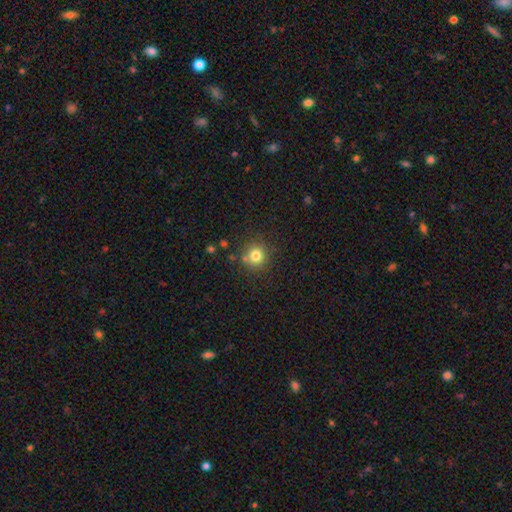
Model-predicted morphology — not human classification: The model was most divided on "smooth or featured": smooth: 80%, star or artifact: 13%, featured or disk: 7%. More confident: how rounded — round (92%); merging — none (81%).